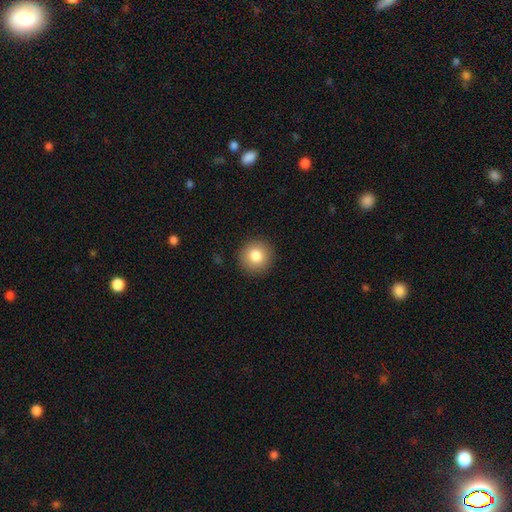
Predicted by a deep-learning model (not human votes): Smooth or featured: smooth — 83% (star or artifact — 9%)
How rounded: round — 94% (in between — 5%)
Merging: none — 91% (minor disturbance — 6%)